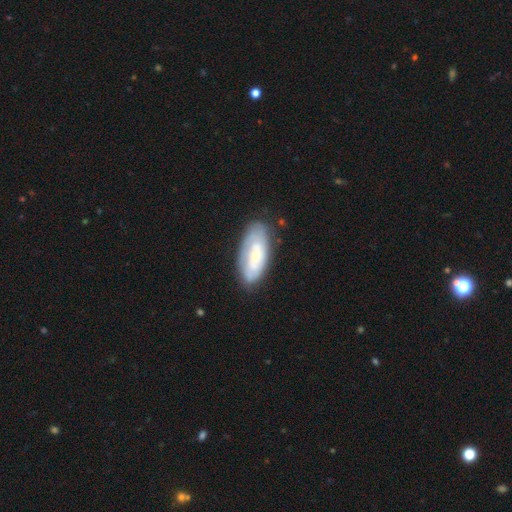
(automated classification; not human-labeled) Q: Smooth or featured?
A: featured or disk (54%); runner-up: smooth (40%)
Q: Edge-on disk?
A: no (90%); runner-up: yes (10%)
Q: Merging?
A: none (72%); runner-up: minor disturbance (20%)